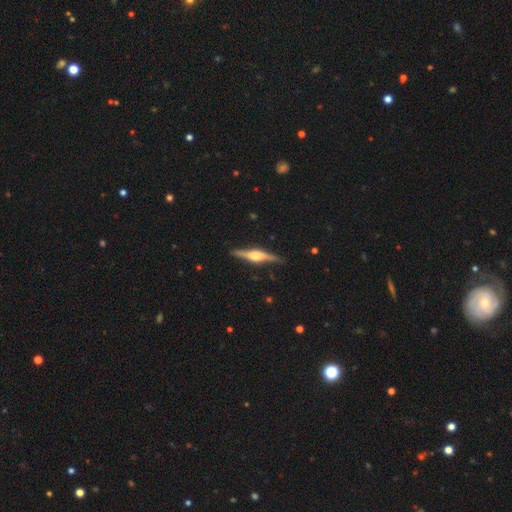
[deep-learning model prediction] Q: Smooth or featured?
A: featured or disk (81%); runner-up: smooth (14%)
Q: Edge-on disk?
A: yes (98%); runner-up: no (2%)
Q: Edge-on bulge?
A: rounded (87%); runner-up: boxy (10%)
Q: Merging?
A: none (89%); runner-up: minor disturbance (9%)